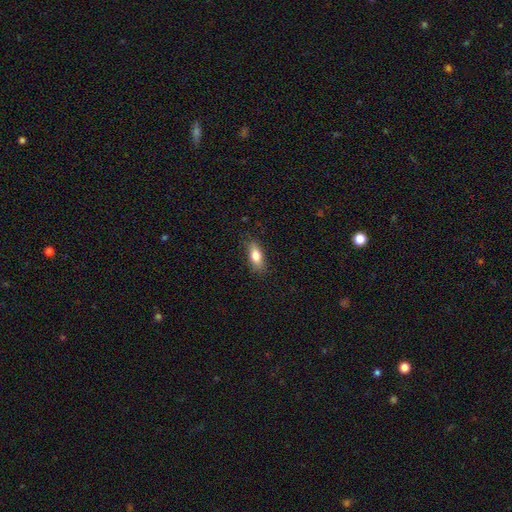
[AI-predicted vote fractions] This is likely a smooth galaxy (77%). How rounded: likely in between (74%). Merging: clearly none (82%).